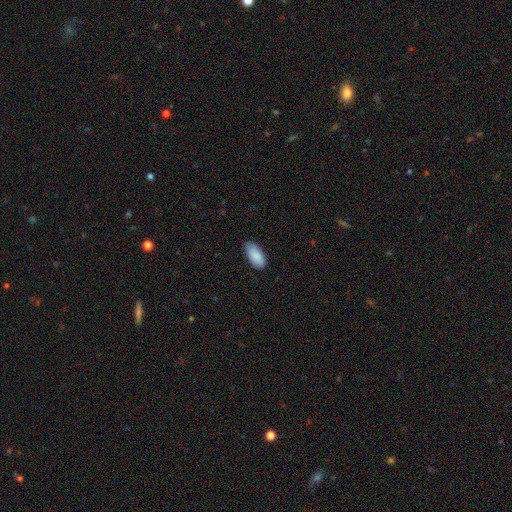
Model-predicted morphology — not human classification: Q: Smooth or featured?
A: smooth (90%); runner-up: star or artifact (6%)
Q: How rounded?
A: in between (92%); runner-up: cigar-shaped (6%)
Q: Merging?
A: none (79%); runner-up: minor disturbance (18%)